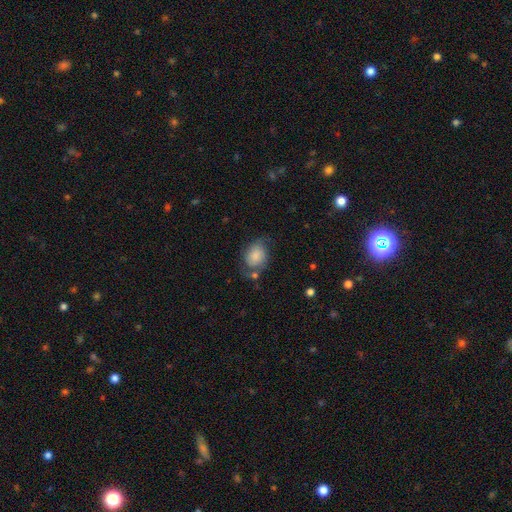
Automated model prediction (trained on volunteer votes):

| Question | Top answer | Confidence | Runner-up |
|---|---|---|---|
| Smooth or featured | smooth | 67% | featured or disk (24%) |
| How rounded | in between | 61% | round (38%) |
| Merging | none | 47% | minor disturbance (30%) |